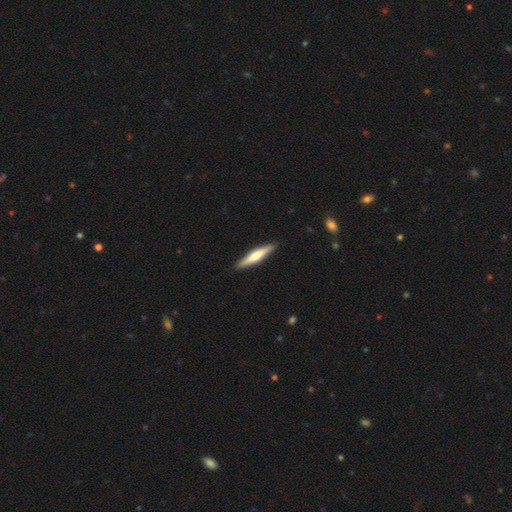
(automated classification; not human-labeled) This is possibly a smooth galaxy (48%). Merging: clearly none (91%).